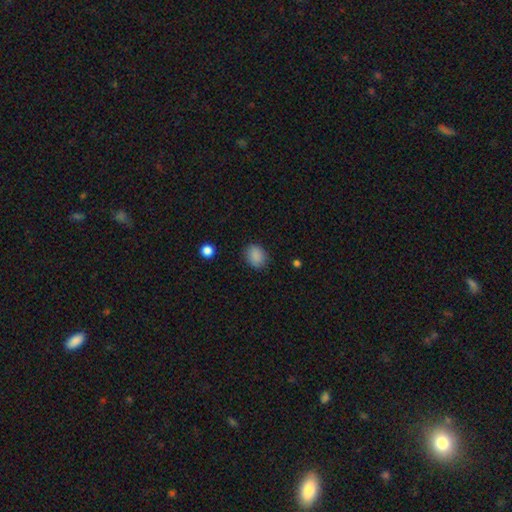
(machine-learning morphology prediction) This is clearly a smooth galaxy (87%). How rounded: possibly round (50%). Merging: clearly none (83%).